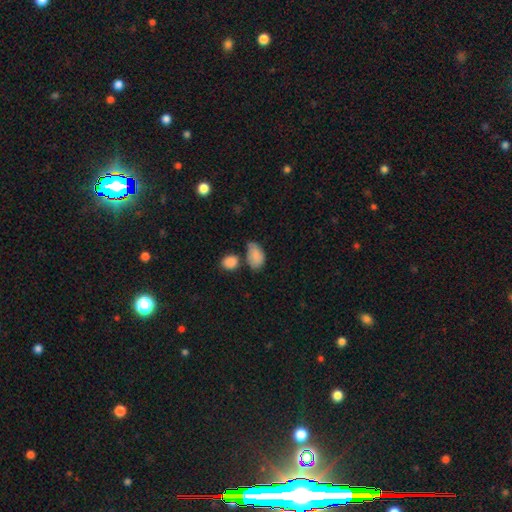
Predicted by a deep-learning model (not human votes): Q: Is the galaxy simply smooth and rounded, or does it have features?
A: smooth — 80%.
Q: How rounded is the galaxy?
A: in between — 88%.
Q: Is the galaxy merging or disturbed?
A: none — 43%.